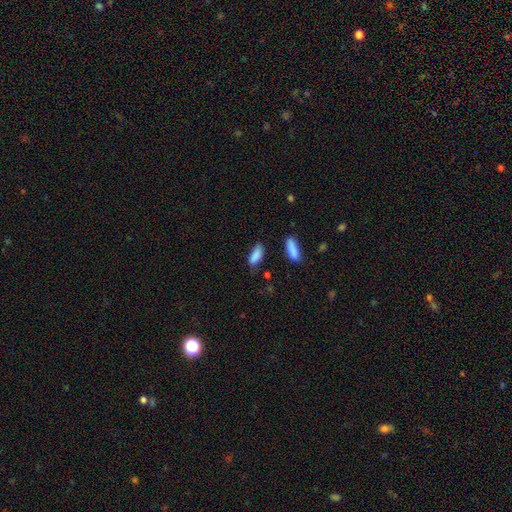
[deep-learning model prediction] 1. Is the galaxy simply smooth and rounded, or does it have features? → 88% smooth, 7% star or artifact, 5% featured or disk.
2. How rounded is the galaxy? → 68% in between, 30% cigar-shaped, 2% round.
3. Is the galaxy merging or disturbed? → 73% none, 19% minor disturbance, 4% major disturbance, 4% merger.